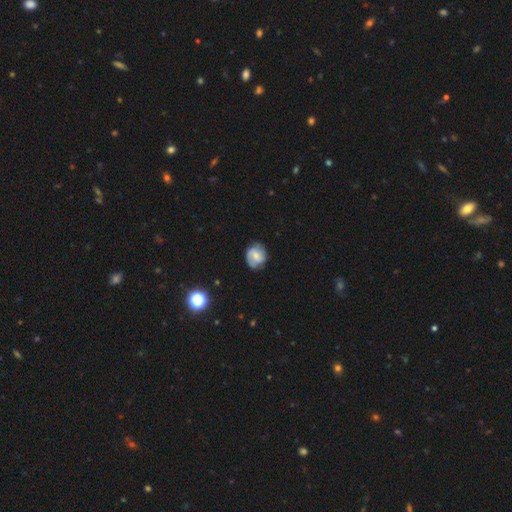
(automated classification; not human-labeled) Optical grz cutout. It shows a featured or disk galaxy (57%) with a weak bar (47%), spiral arms (86%) and a small central bulge (49%). Merging: none (75%).